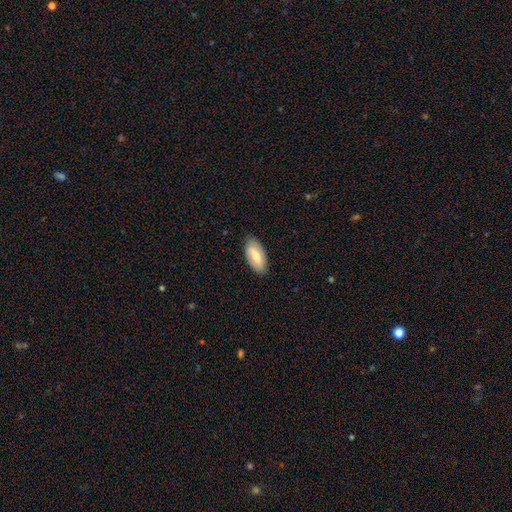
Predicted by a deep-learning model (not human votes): A smooth galaxy with no disk features (65%) that is in between round and cigar-shaped (91%). Merging: none (83%).